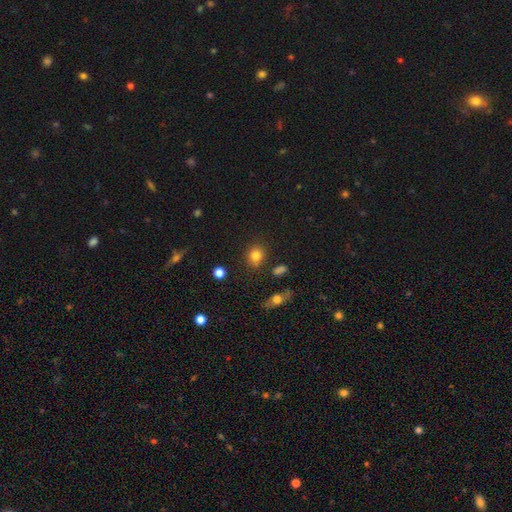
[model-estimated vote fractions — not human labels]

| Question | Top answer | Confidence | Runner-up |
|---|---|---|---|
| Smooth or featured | smooth | 82% | star or artifact (11%) |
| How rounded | round | 66% | in between (33%) |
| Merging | none | 80% | minor disturbance (12%) |